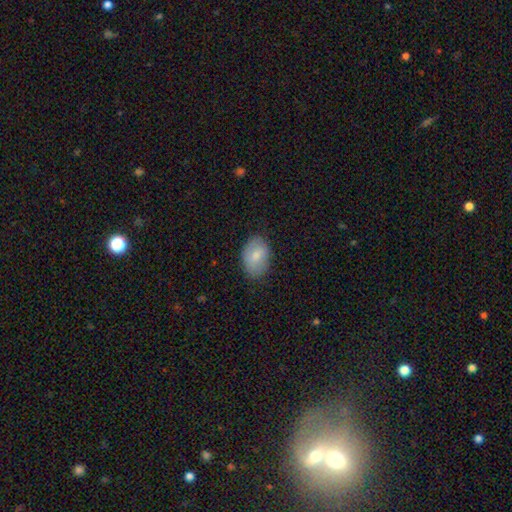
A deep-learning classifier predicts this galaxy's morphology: This appears to be a smooth galaxy with no disk features (79%) that is in between round and cigar-shaped (85%). Merging: none (80%).